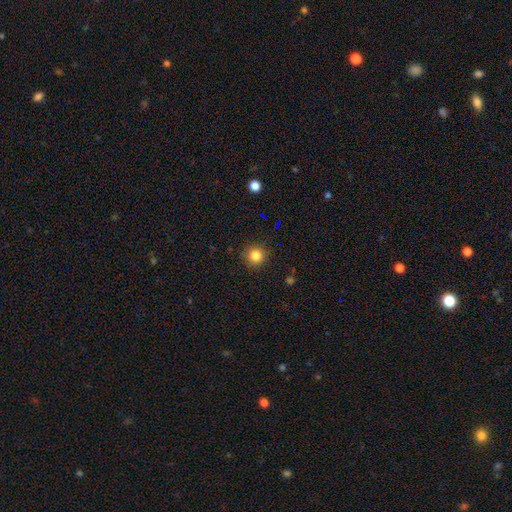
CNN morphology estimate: Smooth or featured?
  - smooth: 83% *
  - star or artifact: 12%
  - featured or disk: 5%
How rounded?
  - round: 94% *
  - in between: 5%
  - cigar-shaped: 1%
Merging?
  - none: 90% *
  - minor disturbance: 7%
  - major disturbance: 2%
  - merger: 1%